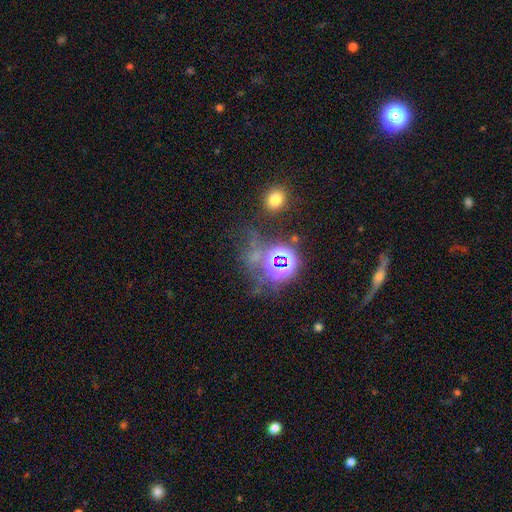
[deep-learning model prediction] Overall: star or artifact (67%).